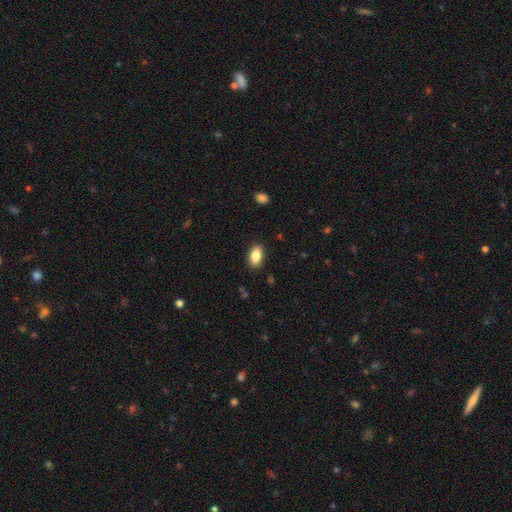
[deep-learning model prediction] Smooth or featured: smooth — 86% (star or artifact — 7%)
How rounded: in between — 92% (round — 5%)
Merging: none — 87% (minor disturbance — 9%)